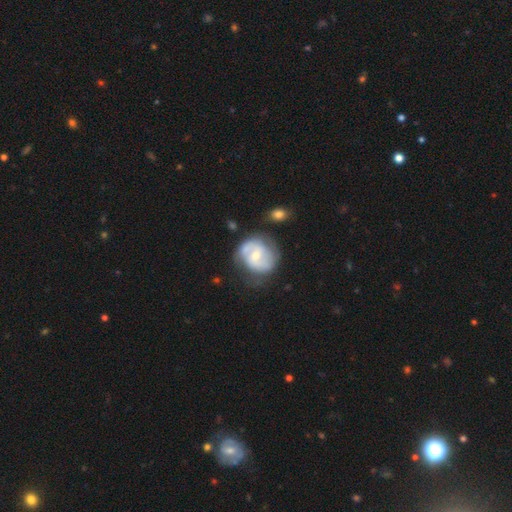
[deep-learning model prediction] A featured or disk galaxy (69%) with no bar (44%, tied with weak), 2 (73%) medium (45%) spiral arms (82%) and a moderate central bulge (56%). Merging: none (59%).